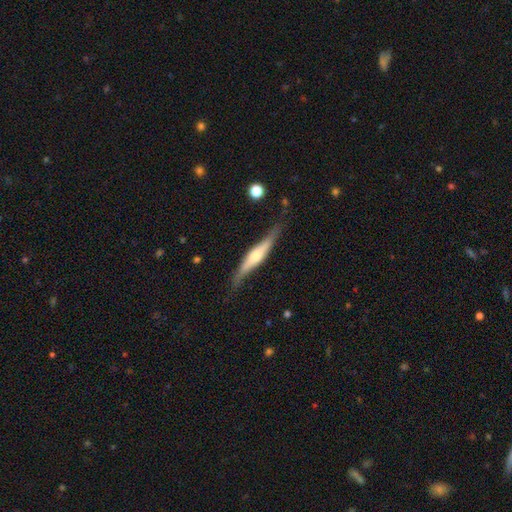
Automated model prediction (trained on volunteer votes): Smooth or featured? featured or disk (65%)
Edge-on disk? yes (91%)
Edge-on bulge? rounded (80%)
Merging? none (75%)